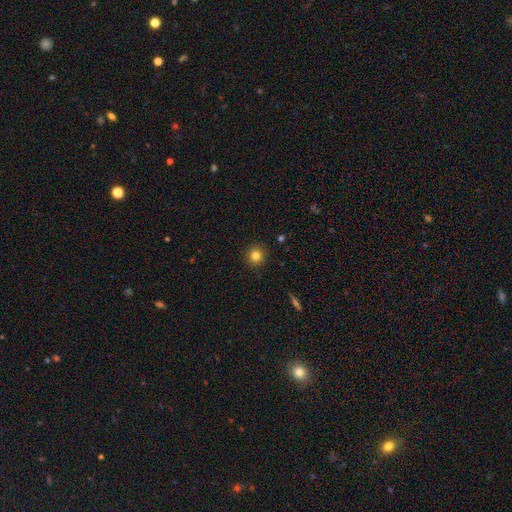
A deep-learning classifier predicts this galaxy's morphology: This appears to be a smooth galaxy with no disk features (81%) that is round (94%). Merging: none (92%).